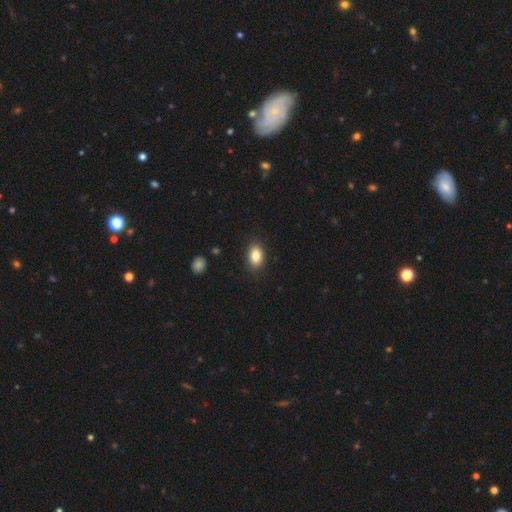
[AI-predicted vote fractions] smooth-or-featured: smooth: 86% | star or artifact: 8% | featured or disk: 7%
  how-rounded: in between: 88% | round: 10% | cigar-shaped: 2%
  merging: none: 86% | minor disturbance: 11% | major disturbance: 3% | merger: 1%